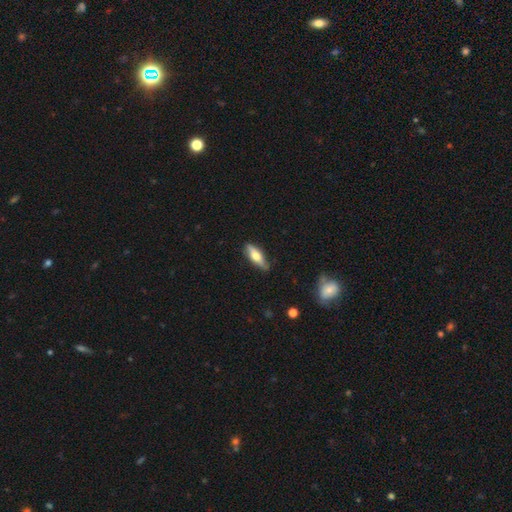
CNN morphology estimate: Smooth or featured? smooth (55%)
How rounded? in between (49%)
Merging? none (81%)